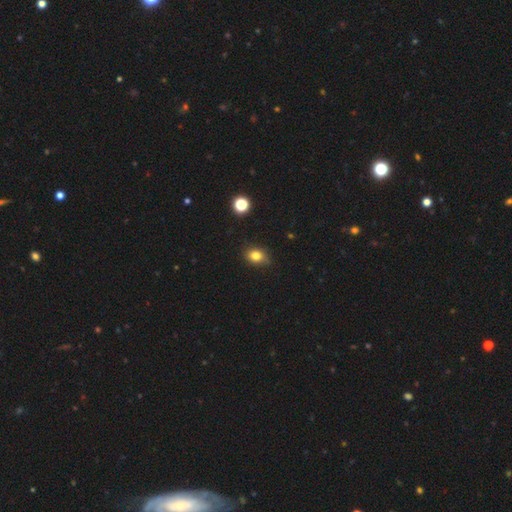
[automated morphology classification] smooth 81%, star or artifact 12%, featured or disk 7%. Down the decision tree: how rounded — in between (57%); merging — none (76%).